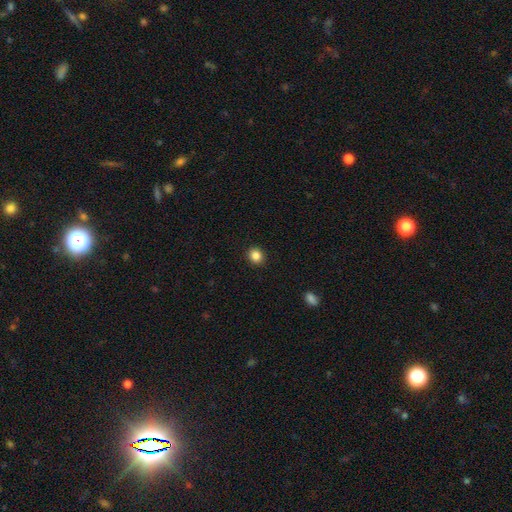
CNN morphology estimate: Smooth or featured? Predicted: smooth (p=0.85). How rounded? Predicted: round (p=0.82). Merging? Predicted: none (p=0.92).